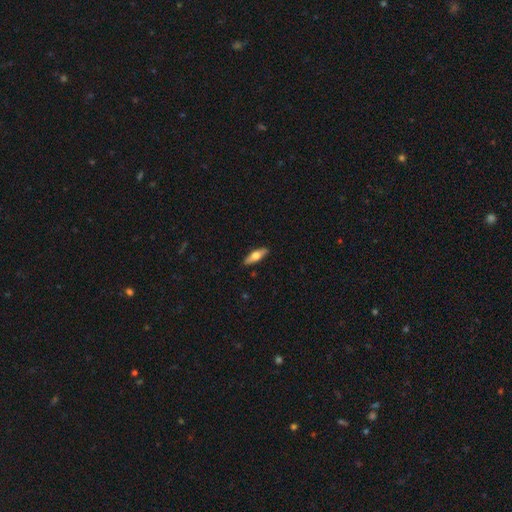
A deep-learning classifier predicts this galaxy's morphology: Q: Smooth or featured?
A: smooth (55%); runner-up: featured or disk (39%)
Q: How rounded?
A: in between (51%); runner-up: cigar-shaped (46%)
Q: Merging?
A: none (89%); runner-up: minor disturbance (8%)